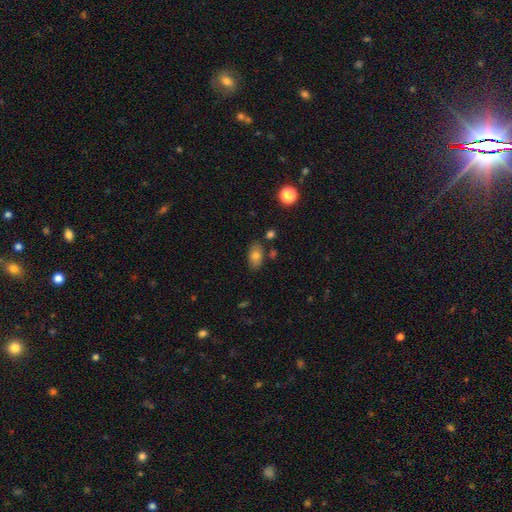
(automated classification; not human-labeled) A smooth galaxy with no disk features (77%) that is in between round and cigar-shaped (89%).

Vote fractions:
- Smooth or featured? smooth: 77% / featured or disk: 13% / star or artifact: 10%
- How rounded? in between: 89% / round: 9% / cigar-shaped: 2%
- Merging? none: 78% / minor disturbance: 13% / merger: 6% / major disturbance: 3%